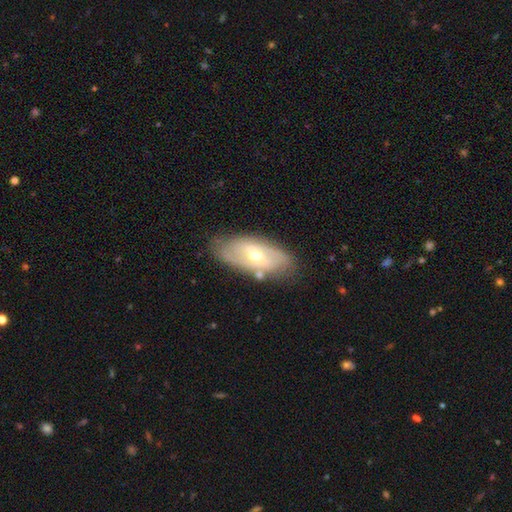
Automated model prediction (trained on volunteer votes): A featured or disk galaxy (70%) with a weak bar (47%), spiral arms (73%) and a small central bulge (49%). Merging: none (77%).